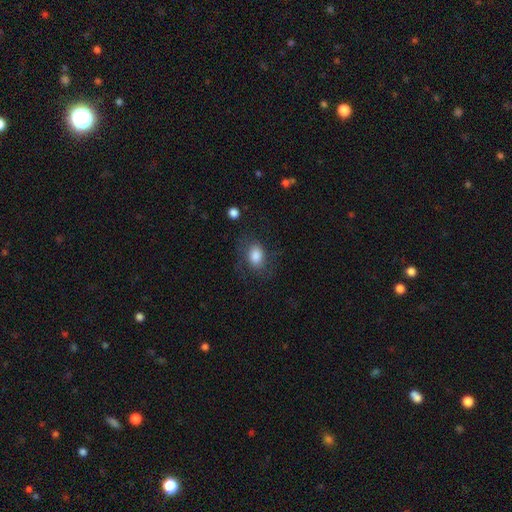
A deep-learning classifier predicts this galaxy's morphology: Smooth or featured? Predicted: smooth (p=0.78). How rounded? Predicted: in between (p=0.72). Merging? Predicted: none (p=0.60).